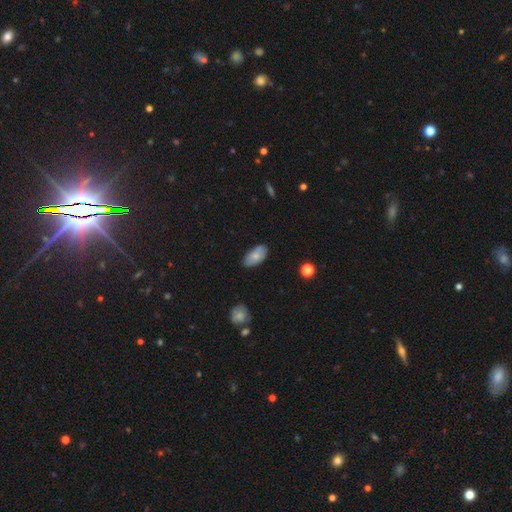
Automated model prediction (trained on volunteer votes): Morphology: type=smooth (73%); roundness=in between (93%); merging=none (76%).